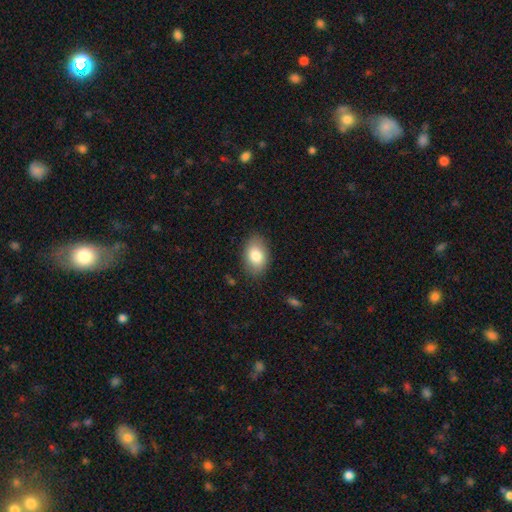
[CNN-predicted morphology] Overall: smooth (82%). How rounded: in between (88%). Merging: none (83%).